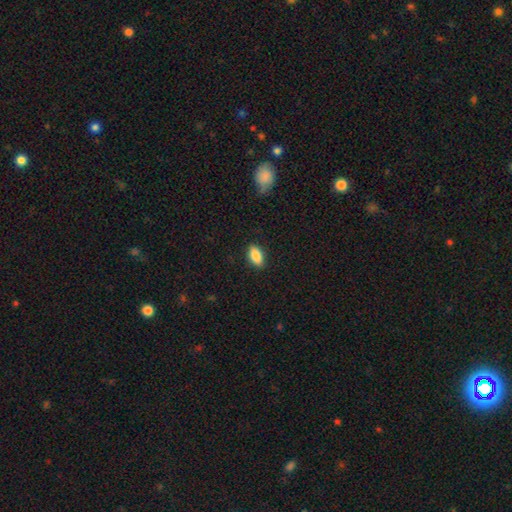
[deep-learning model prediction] A smooth galaxy with no disk features (87%) that is in between round and cigar-shaped (91%). Merging: none (88%).